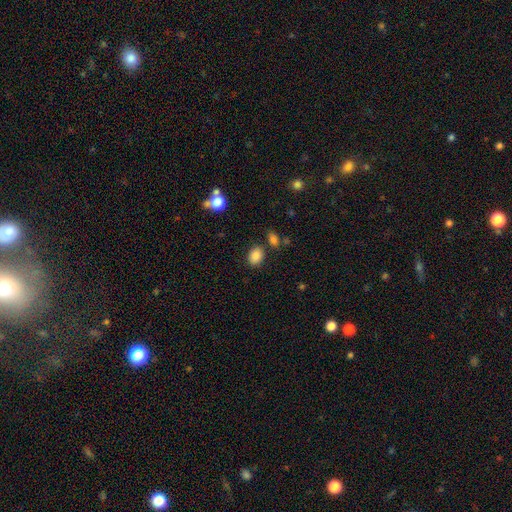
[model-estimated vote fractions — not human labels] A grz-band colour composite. It shows a smooth galaxy with no disk features (84%) that is in between round and cigar-shaped (66%). Merging: none (80%).